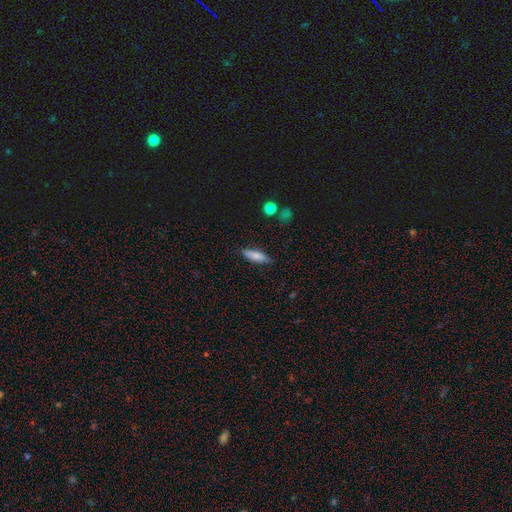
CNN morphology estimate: smooth-or-featured: smooth: 80% | featured or disk: 14% | star or artifact: 7%
  how-rounded: cigar-shaped: 52% | in between: 46% | round: 2%
  merging: none: 82% | minor disturbance: 14% | major disturbance: 3% | merger: 2%